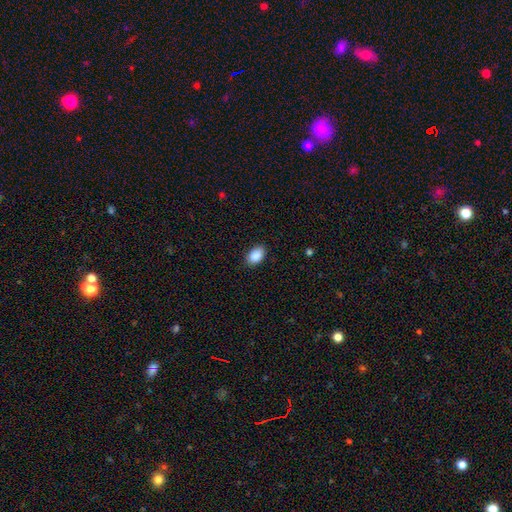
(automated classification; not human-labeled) Morphology: type=smooth (90%); roundness=in between (88%); merging=none (84%).